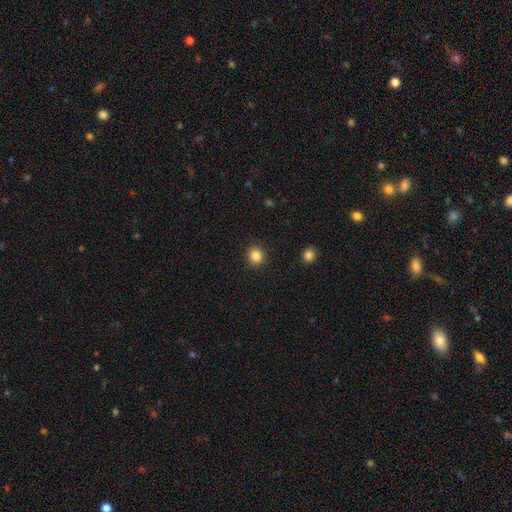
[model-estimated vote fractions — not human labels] smooth-or-featured: smooth: 85% | star or artifact: 11% | featured or disk: 4%
  how-rounded: round: 86% | in between: 13% | cigar-shaped: 1%
  merging: none: 91% | minor disturbance: 6% | major disturbance: 2% | merger: 1%